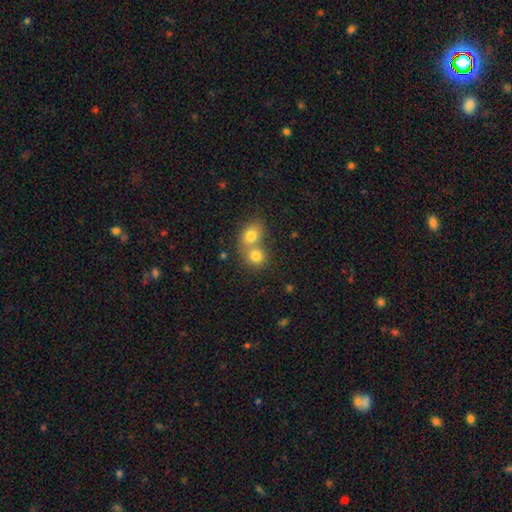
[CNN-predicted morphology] smooth_or_featured: smooth (p=0.79) [alt: star or artifact p=0.11]
how_rounded: round (p=0.75) [alt: in between p=0.24]
merging: merger (p=0.61) [alt: none p=0.32]